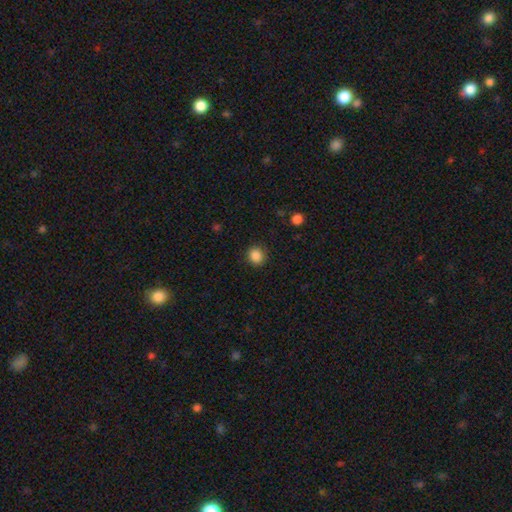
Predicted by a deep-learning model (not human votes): Smooth or featured: smooth — 87% (star or artifact — 10%)
How rounded: round — 82% (in between — 17%)
Merging: none — 89% (minor disturbance — 8%)